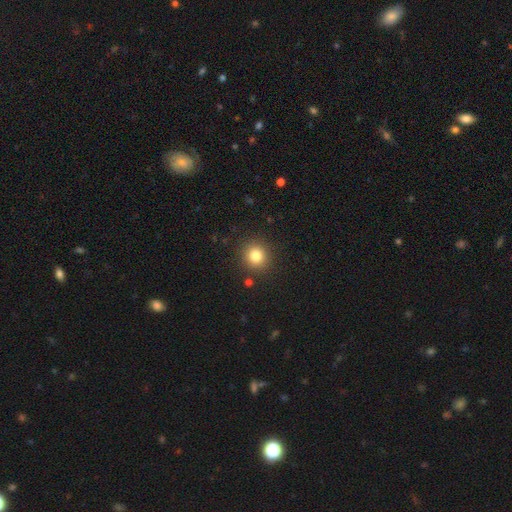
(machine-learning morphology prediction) Smooth or featured?
  - smooth: 80% *
  - star or artifact: 13%
  - featured or disk: 7%
How rounded?
  - round: 91% *
  - in between: 8%
  - cigar-shaped: 1%
Merging?
  - none: 89% *
  - minor disturbance: 6%
  - major disturbance: 2%
  - merger: 2%